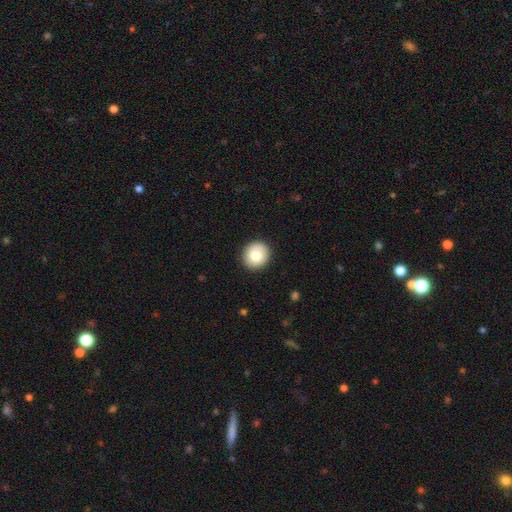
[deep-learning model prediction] Overall: smooth (77%). How rounded: round (90%). Merging: none (91%).